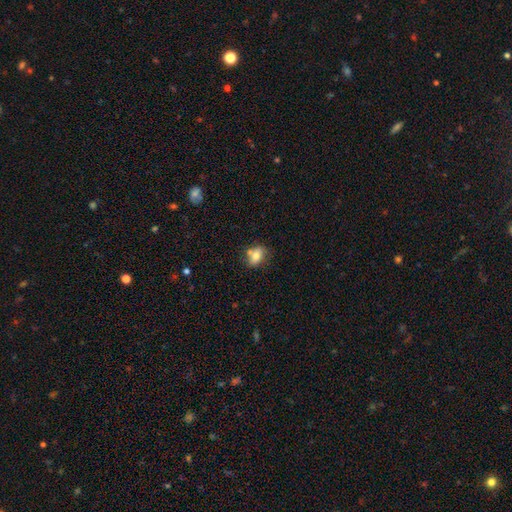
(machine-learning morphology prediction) Smooth or featured: smooth — 68% (featured or disk — 22%)
How rounded: in between — 66% (round — 32%)
Merging: none — 59% (merger — 19%)